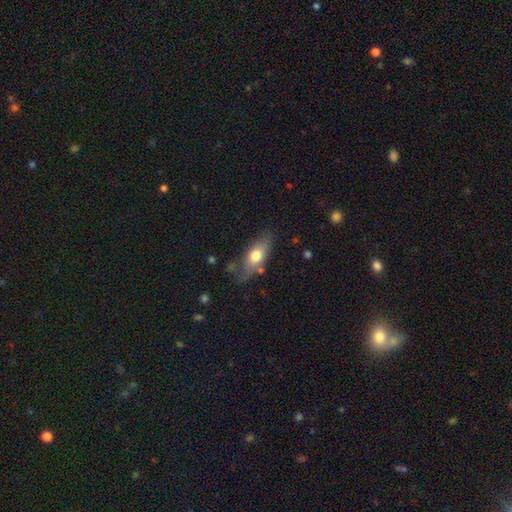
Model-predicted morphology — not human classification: Smooth or featured?
  - smooth: 67% *
  - featured or disk: 27%
  - star or artifact: 6%
How rounded?
  - in between: 78% *
  - cigar-shaped: 18%
  - round: 5%
Merging?
  - none: 67% *
  - minor disturbance: 22%
  - major disturbance: 7%
  - merger: 4%